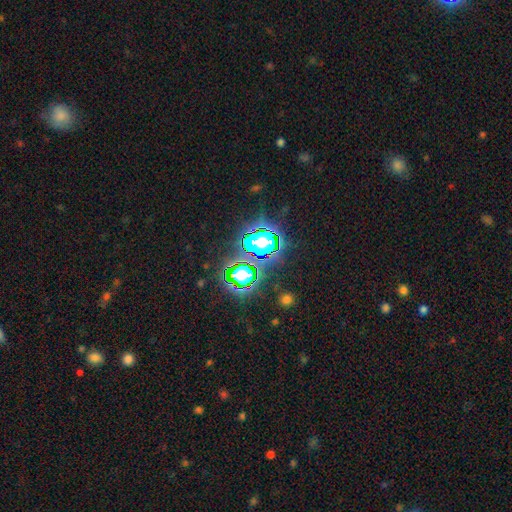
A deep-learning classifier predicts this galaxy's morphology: Overall: star or artifact (79%).